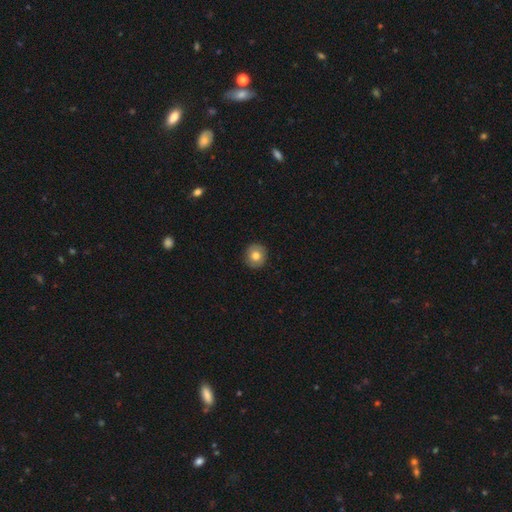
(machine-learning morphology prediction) smooth 79%, featured or disk 13%, star or artifact 9%. Down the decision tree: how rounded — round (92%); merging — none (91%).